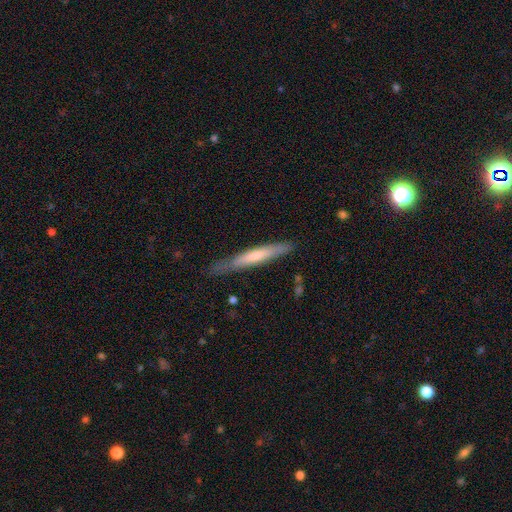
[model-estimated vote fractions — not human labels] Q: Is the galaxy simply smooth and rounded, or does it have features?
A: smooth — 57%.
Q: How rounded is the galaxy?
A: cigar-shaped — 93%.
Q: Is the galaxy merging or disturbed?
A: none — 76%.